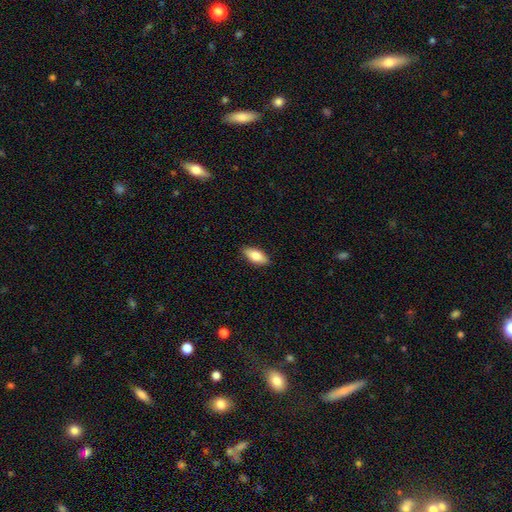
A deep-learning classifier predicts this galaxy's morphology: smooth 80%, featured or disk 13%, star or artifact 6%. Down the decision tree: how rounded — in between (86%); merging — none (88%).